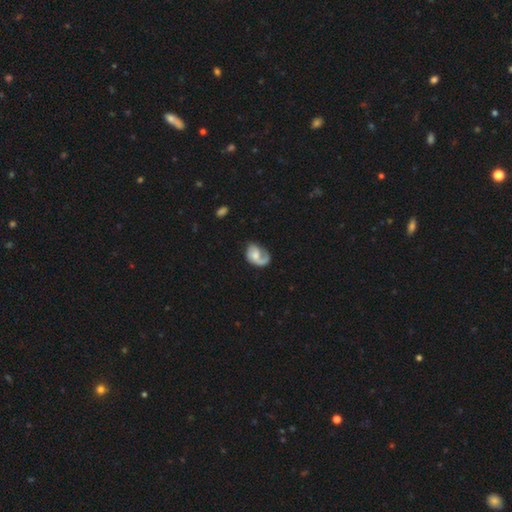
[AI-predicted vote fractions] A featured or disk galaxy (71%) with no bar (64%), 1 (62%) medium (39%) spiral arms (91%) and a moderate central bulge (45%).

Vote fractions:
- Smooth or featured? featured or disk: 71% / smooth: 23% / star or artifact: 6%
- Edge-on disk? no: 97% / yes: 3%
- Bar? no: 64% / weak: 31% / strong: 5%
- Spiral arms? yes: 91% / no: 9%
- Spiral winding? medium: 39% / loose: 33% / tight: 27%
- Spiral arm count? 1: 62% / 2: 29% / can't tell: 6% / 3: 1% / 4: 1% / more than 4: 1%
- Bulge size? moderate: 45% / small: 32% / none: 11% / large: 10% / dominant: 2%
- Merging? none: 48% / major disturbance: 25% / minor disturbance: 24% / merger: 3%